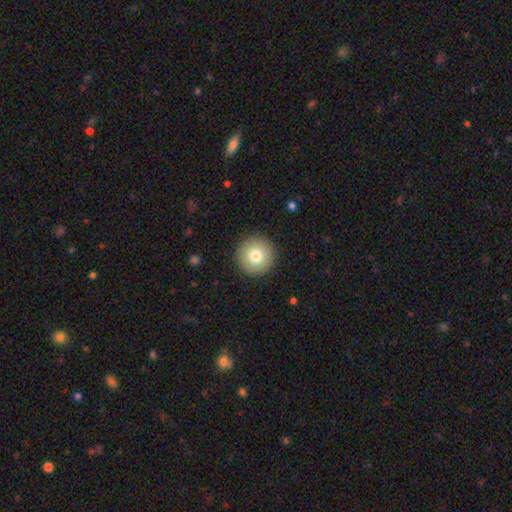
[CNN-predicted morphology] A smooth galaxy with no disk features (78%) that is round (96%). Merging: none (92%).